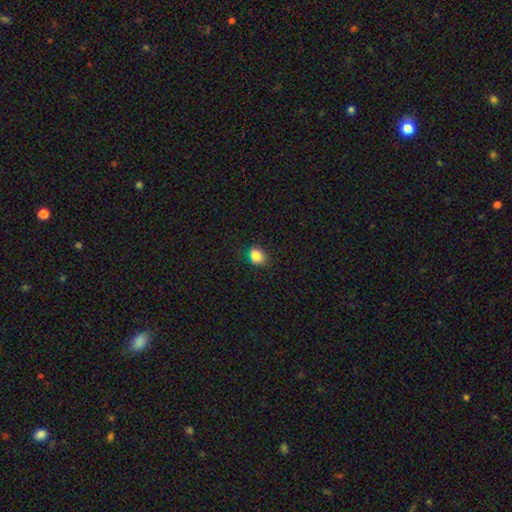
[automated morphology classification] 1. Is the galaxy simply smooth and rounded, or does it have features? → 85% smooth, 11% star or artifact, 5% featured or disk.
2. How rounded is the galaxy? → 57% round, 42% in between, 1% cigar-shaped.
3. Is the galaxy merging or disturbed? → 76% none, 18% minor disturbance, 4% major disturbance, 2% merger.